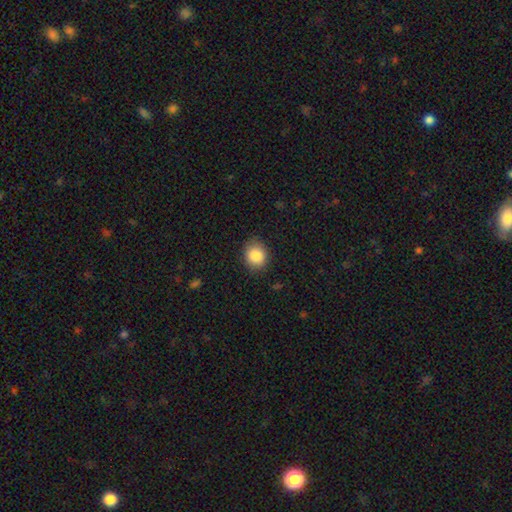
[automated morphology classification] Smooth or featured? Predicted: smooth (p=0.86). How rounded? Predicted: round (p=0.68). Merging? Predicted: none (p=0.85).